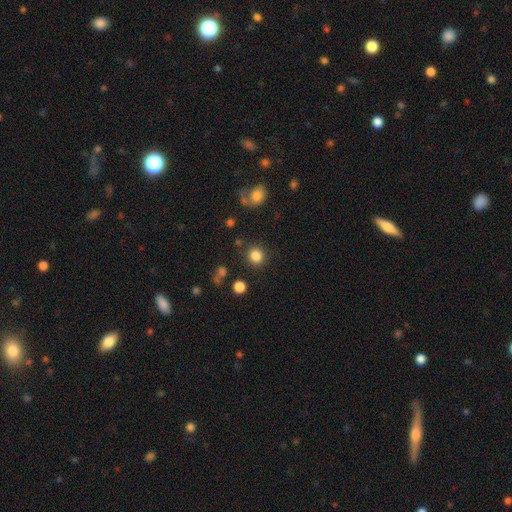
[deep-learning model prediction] Overall: smooth (84%). How rounded: round (86%). Merging: none (85%).